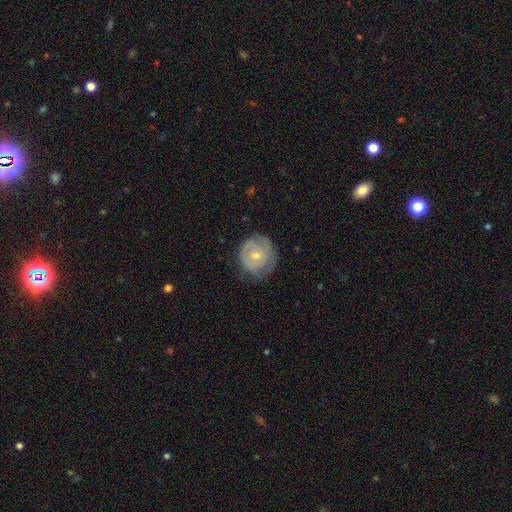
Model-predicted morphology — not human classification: featured or disk 60%, smooth 34%, star or artifact 6%. Down the decision tree: edge-on disk — no (97%); bar — no (71%); spiral arms — yes (73%); bulge size — small (53%); merging — none (64%).